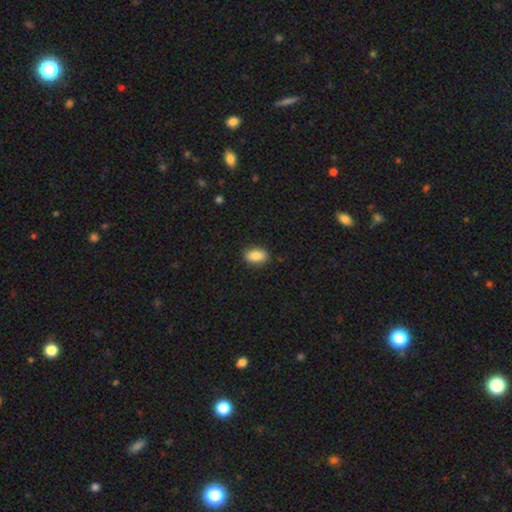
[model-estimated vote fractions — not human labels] The model was most divided on "merging": none: 88%, minor disturbance: 9%, major disturbance: 2%, merger: 1%. More confident: how rounded — in between (89%); smooth or featured — smooth (87%).